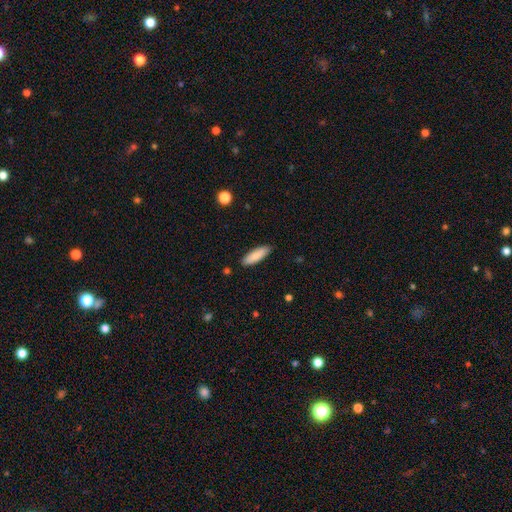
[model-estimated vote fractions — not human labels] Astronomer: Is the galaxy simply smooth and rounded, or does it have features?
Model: smooth — 86%.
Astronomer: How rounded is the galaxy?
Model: in between — 51% (runner-up: cigar-shaped, 48%).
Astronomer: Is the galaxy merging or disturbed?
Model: none — 88%.